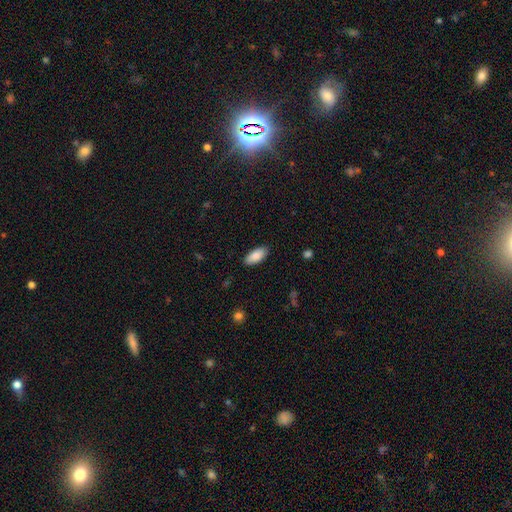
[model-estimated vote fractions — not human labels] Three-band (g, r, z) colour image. It shows a smooth galaxy with no disk features (88%) that is in between round and cigar-shaped (89%). Merging: none (88%).